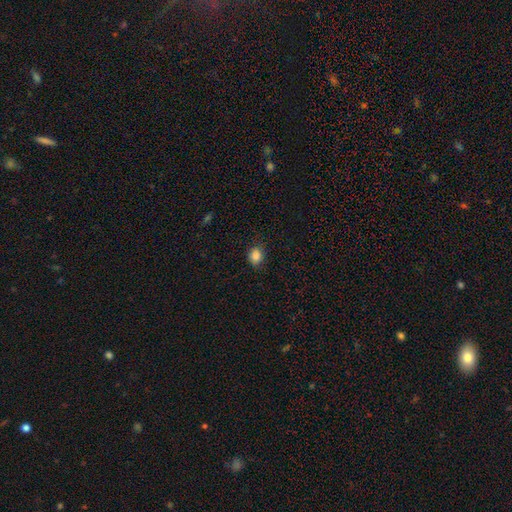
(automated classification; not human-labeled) This appears to be a smooth galaxy with no disk features (85%) that is round (56%). Merging: none (85%).